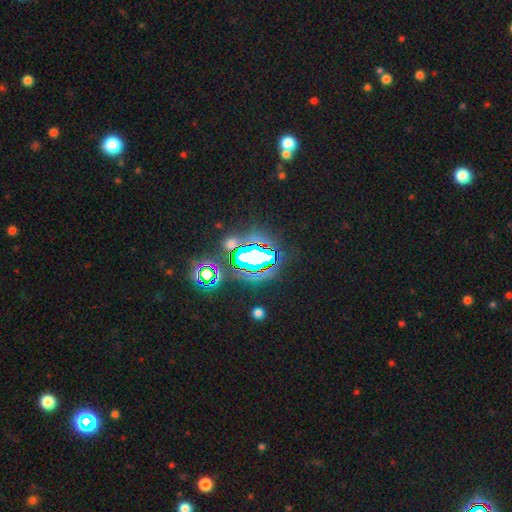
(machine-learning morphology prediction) Smooth or featured? star or artifact (73%)